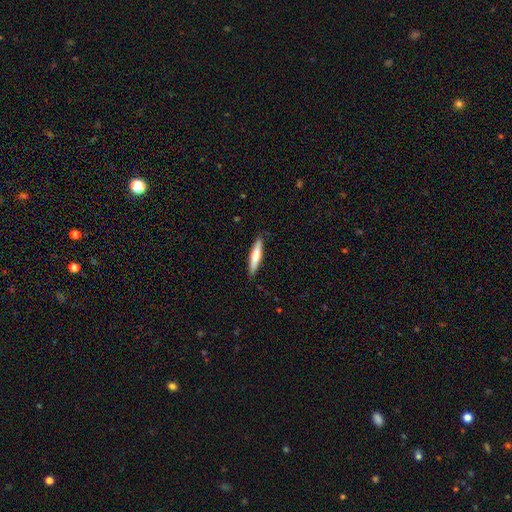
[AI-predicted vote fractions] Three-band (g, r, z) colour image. It shows a smooth galaxy with no disk features (63%) that is cigar-shaped (85%). Merging: none (88%).